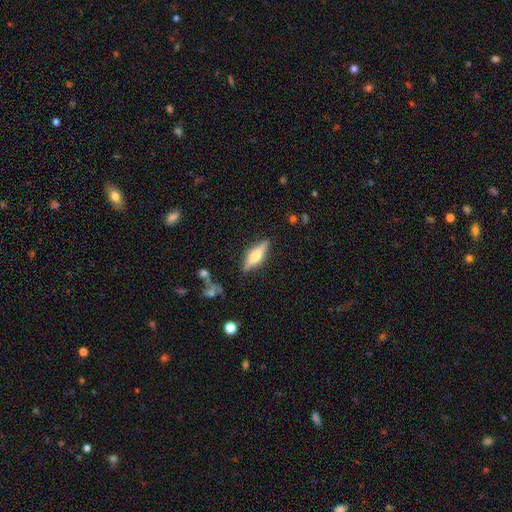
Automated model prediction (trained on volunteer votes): The model was most divided on "smooth or featured": featured or disk: 58%, smooth: 35%, star or artifact: 7%. More confident: edge-on disk — yes (94%); edge-on bulge — rounded (84%); merging — none (84%).